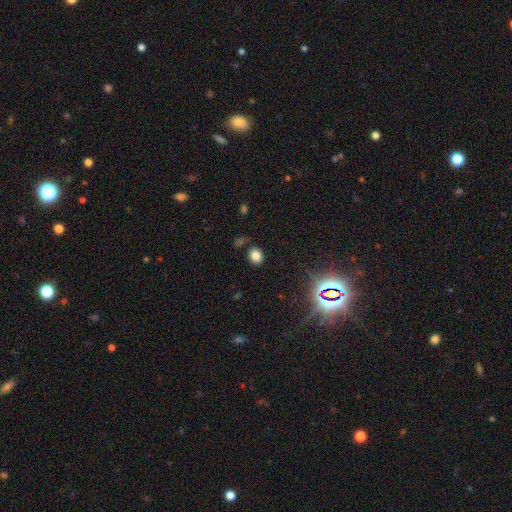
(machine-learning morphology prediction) A smooth galaxy with no disk features (79%) that is round (58%). Merging: none (83%).